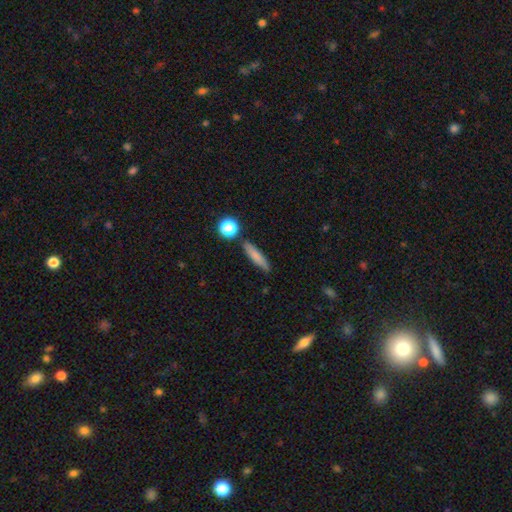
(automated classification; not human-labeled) Smooth or featured?
  - smooth: 76% *
  - featured or disk: 15%
  - star or artifact: 9%
How rounded?
  - cigar-shaped: 78% *
  - in between: 18%
  - round: 4%
Merging?
  - none: 81% *
  - minor disturbance: 12%
  - merger: 5%
  - major disturbance: 3%